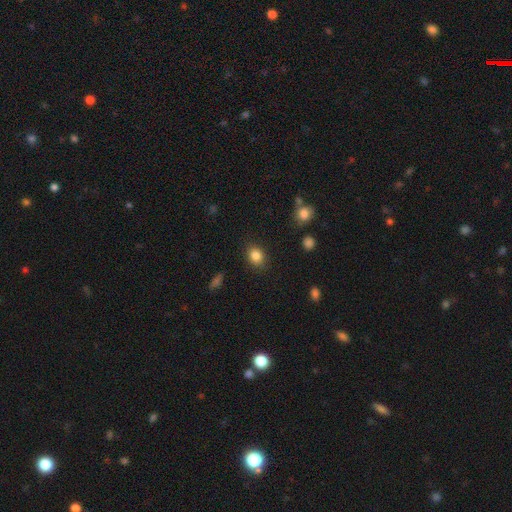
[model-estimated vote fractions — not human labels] smooth 85%, star or artifact 10%, featured or disk 5%. Down the decision tree: how rounded — round (53%); merging — none (86%).